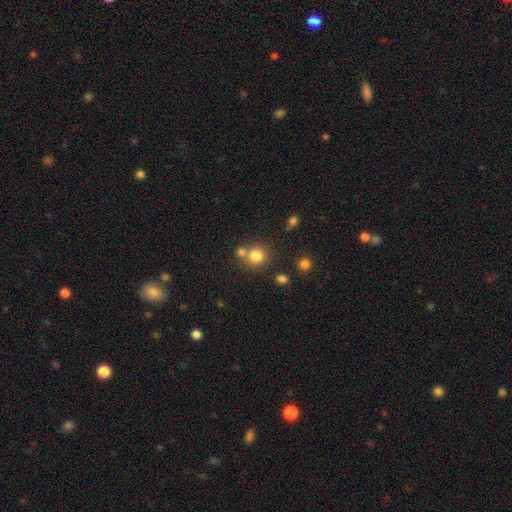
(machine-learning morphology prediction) This appears to be a smooth galaxy with no disk features (80%) that is round (90%). Merging: none (65%).